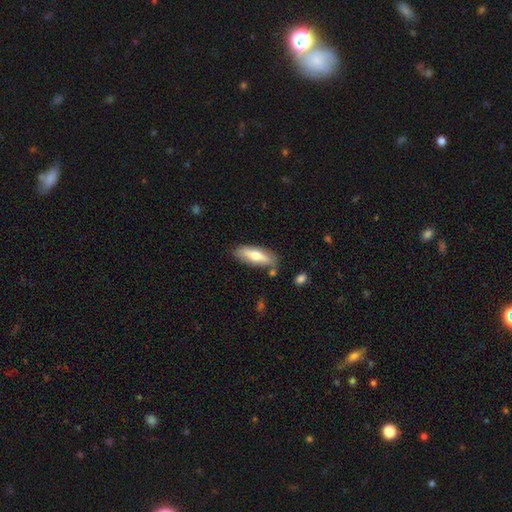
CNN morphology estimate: This is likely a smooth galaxy (65%). How rounded: possibly in between (60%). Merging: likely none (79%).